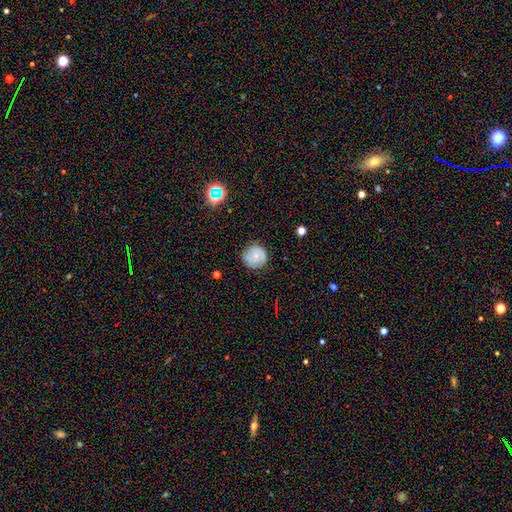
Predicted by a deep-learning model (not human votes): A smooth galaxy with no disk features (60%) that is round (92%). Merging: none (80%).